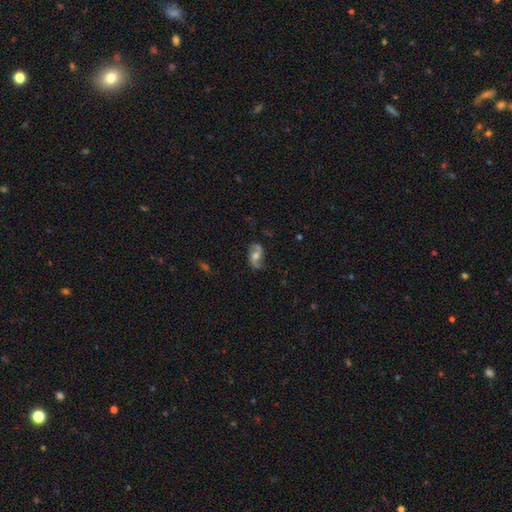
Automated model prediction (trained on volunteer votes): This is likely a featured or disk galaxy (74%). It is clearly not viewed edge-on (96%). Bar: possibly no (59%). Spiral arm pattern: clearly yes (90%). Spiral arm count: clearly 2 (91%). Spiral winding: likely loose (62%). Central bulge: likely moderate (66%). Merging: likely none (74%).